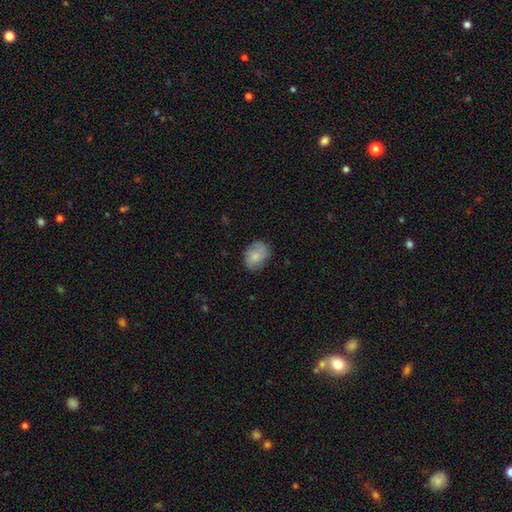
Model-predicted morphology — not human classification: This appears to be a smooth galaxy with no disk features (76%) that is in between round and cigar-shaped (61%). Merging: none (73%).